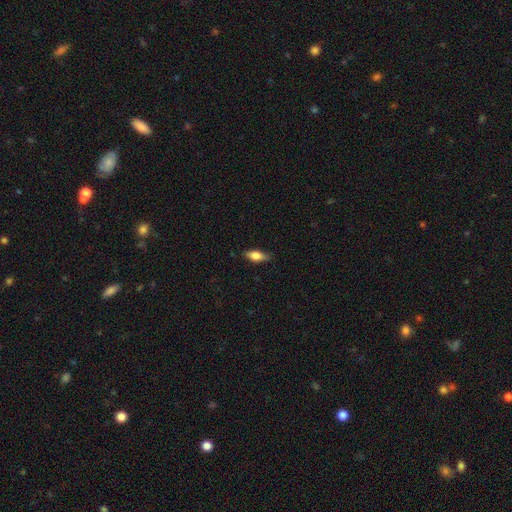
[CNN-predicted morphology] Smooth or featured: smooth — 74% (featured or disk — 19%)
How rounded: in between — 77% (cigar-shaped — 20%)
Merging: none — 81% (minor disturbance — 15%)